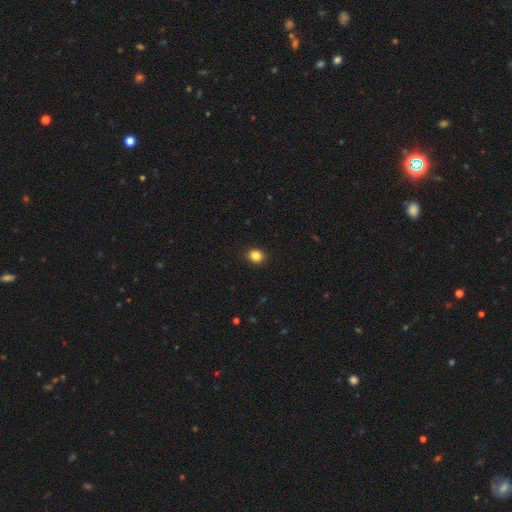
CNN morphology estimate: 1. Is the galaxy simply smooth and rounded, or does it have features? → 85% smooth, 11% star or artifact, 4% featured or disk.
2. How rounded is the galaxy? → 68% round, 31% in between, 1% cigar-shaped.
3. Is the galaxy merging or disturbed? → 92% none, 6% minor disturbance, 2% major disturbance, 1% merger.